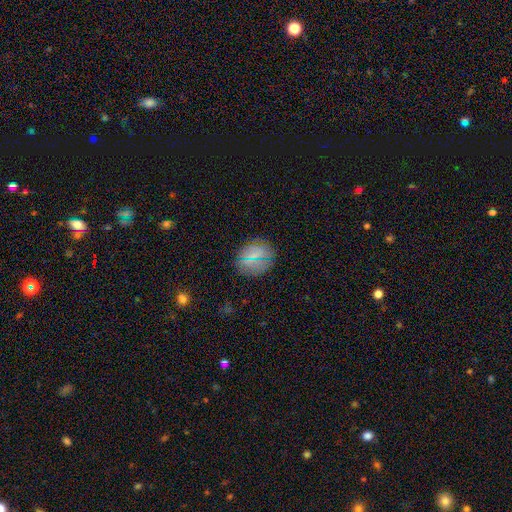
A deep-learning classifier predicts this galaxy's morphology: The model was most divided on "how rounded": round: 73%, in between: 25%, cigar-shaped: 2%. More confident: merging — none (86%); smooth or featured — smooth (72%).